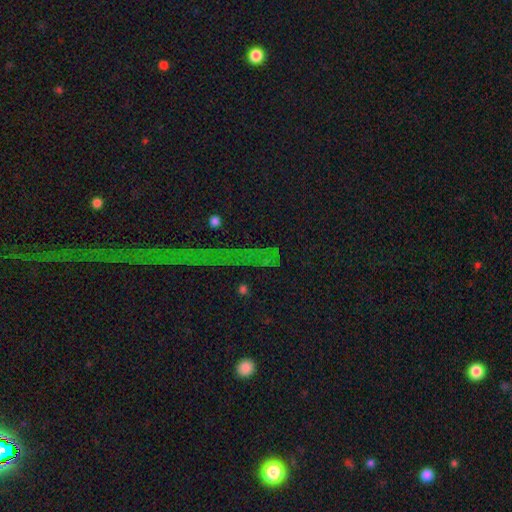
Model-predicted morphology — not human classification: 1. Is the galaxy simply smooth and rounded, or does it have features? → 71% star or artifact, 15% smooth, 13% featured or disk.